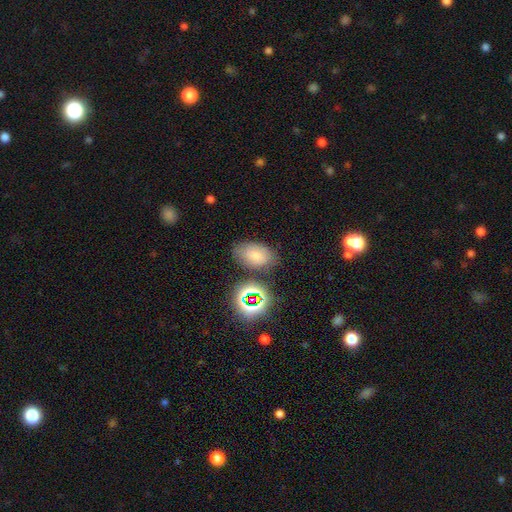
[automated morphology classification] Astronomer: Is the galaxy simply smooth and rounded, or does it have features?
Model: smooth — 73%.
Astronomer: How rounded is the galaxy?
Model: in between — 88%.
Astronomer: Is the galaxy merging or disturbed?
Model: none — 71%.